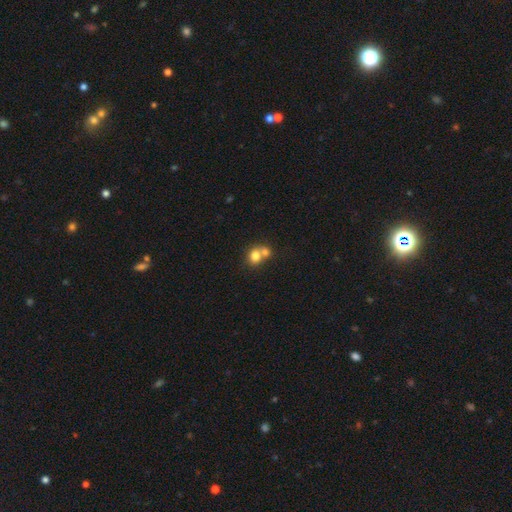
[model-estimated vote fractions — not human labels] Morphology: type=smooth (77%); roundness=round (74%); merging=merger (59%).